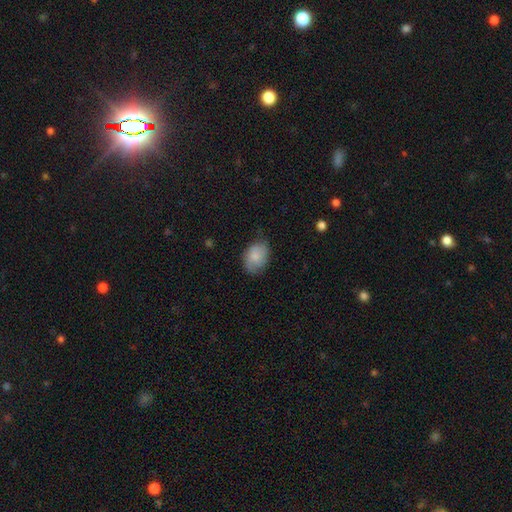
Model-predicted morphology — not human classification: smooth-or-featured: smooth: 75% | featured or disk: 18% | star or artifact: 7%
  how-rounded: in between: 74% | round: 25% | cigar-shaped: 1%
  merging: none: 68% | minor disturbance: 25% | major disturbance: 6% | merger: 1%